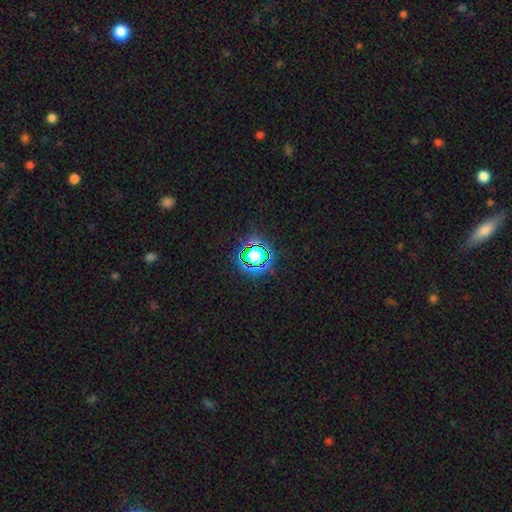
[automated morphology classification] Smooth or featured: star or artifact — 64% (smooth — 25%)